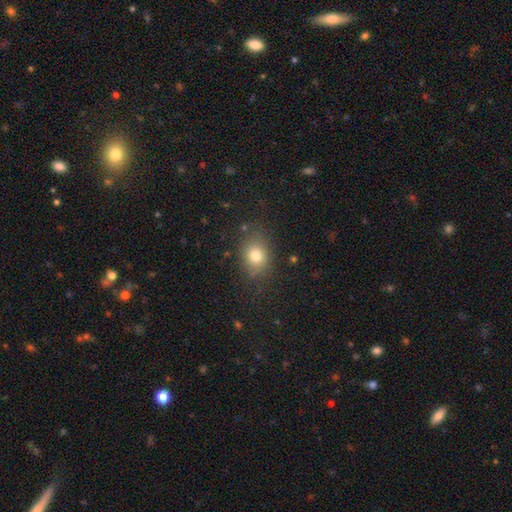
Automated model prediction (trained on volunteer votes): This appears to be a smooth galaxy with no disk features (78%) that is round (50%). Merging: none (79%).